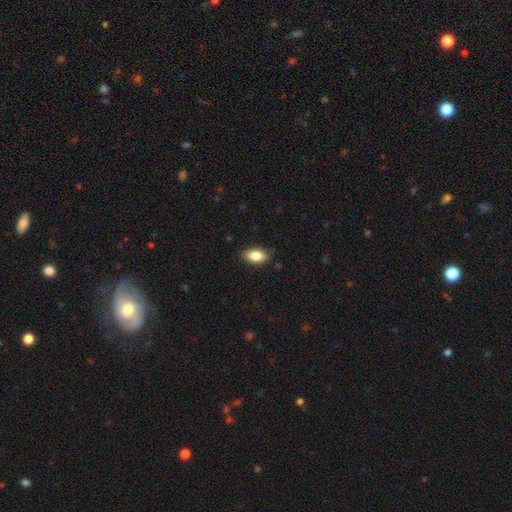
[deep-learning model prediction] Q: Smooth or featured?
A: smooth (83%); runner-up: featured or disk (9%)
Q: How rounded?
A: in between (90%); runner-up: round (6%)
Q: Merging?
A: none (86%); runner-up: minor disturbance (11%)